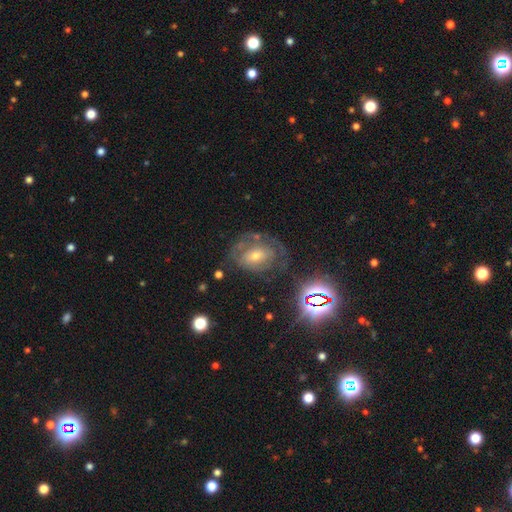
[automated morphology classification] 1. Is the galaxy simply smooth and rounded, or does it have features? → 61% featured or disk, 23% smooth, 16% star or artifact.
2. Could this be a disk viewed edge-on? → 95% no, 5% yes.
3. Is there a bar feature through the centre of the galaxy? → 61% no, 28% weak, 11% strong.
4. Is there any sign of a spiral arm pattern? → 62% yes, 38% no.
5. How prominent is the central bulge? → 51% small, 43% moderate, 3% large, 2% none, 1% dominant.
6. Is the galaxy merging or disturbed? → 60% none, 21% minor disturbance, 16% major disturbance, 3% merger.